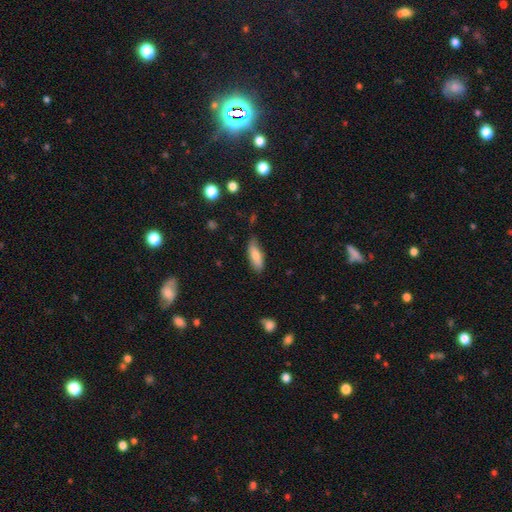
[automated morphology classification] This appears to be a smooth galaxy with no disk features (79%) that is in between round and cigar-shaped (64%). Merging: none (70%).